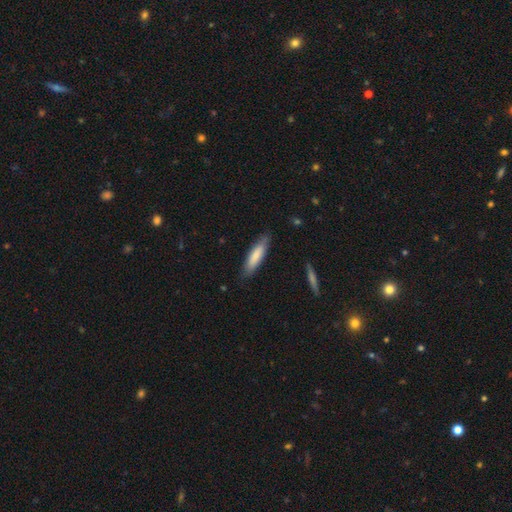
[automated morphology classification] smooth_or_featured: smooth (p=0.78) [alt: featured or disk p=0.17]
how_rounded: cigar-shaped (p=0.69) [alt: in between p=0.30]
merging: none (p=0.82) [alt: minor disturbance p=0.14]